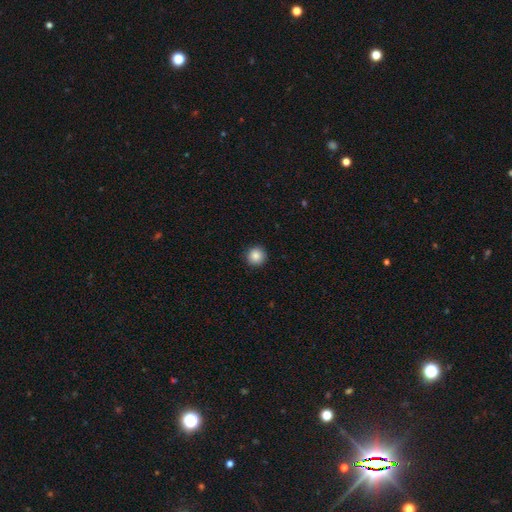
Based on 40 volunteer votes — Morphology: type=smooth (88%); roundness=round (97%); merging=none (100%).